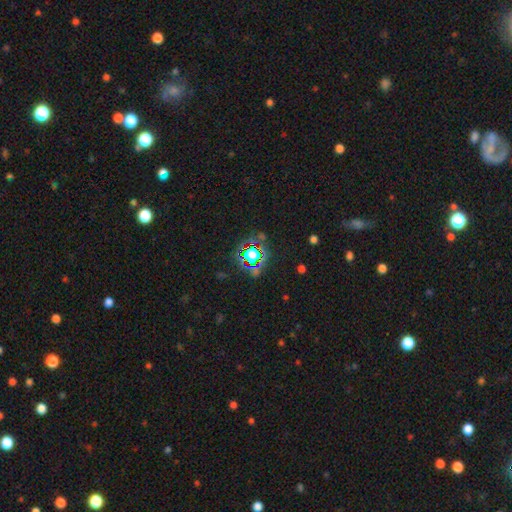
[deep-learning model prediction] The model was most divided on "smooth or featured": star or artifact: 73%, smooth: 18%, featured or disk: 10%.